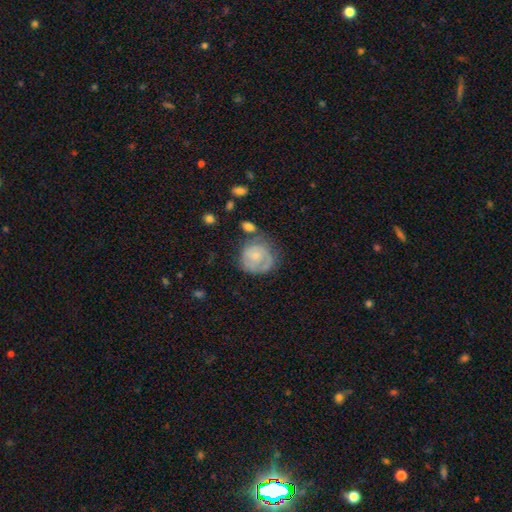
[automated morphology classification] This is possibly a smooth galaxy (48%). Merging: possibly none (48%).